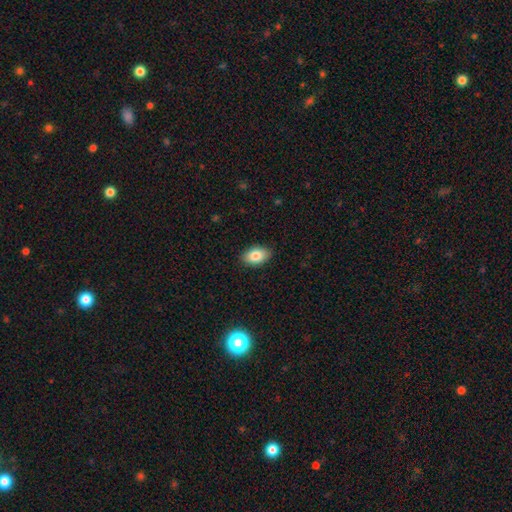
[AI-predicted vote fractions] This is clearly a smooth galaxy (84%). How rounded: clearly in between (90%). Merging: clearly none (88%).